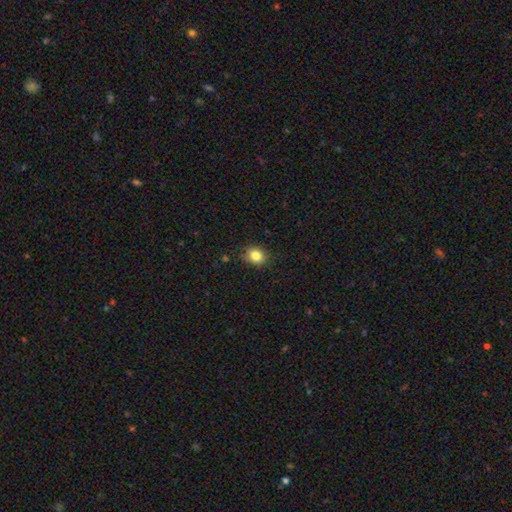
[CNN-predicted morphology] Smooth or featured: smooth — 84% (star or artifact — 11%)
How rounded: round — 58% (in between — 41%)
Merging: none — 85% (minor disturbance — 11%)